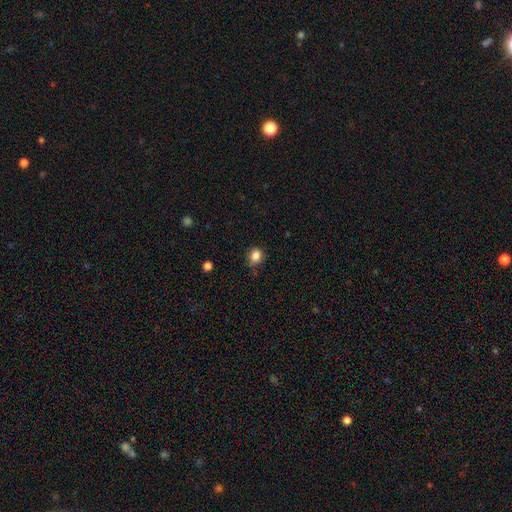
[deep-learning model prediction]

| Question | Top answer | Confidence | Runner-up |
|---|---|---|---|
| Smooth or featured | smooth | 84% | star or artifact (11%) |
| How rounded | round | 67% | in between (32%) |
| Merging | none | 69% | minor disturbance (24%) |